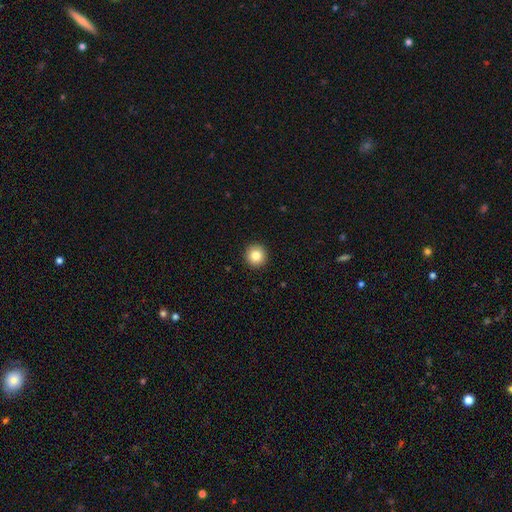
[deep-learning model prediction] smooth-or-featured: smooth: 84% | star or artifact: 10% | featured or disk: 6%
  how-rounded: round: 96% | in between: 3% | cigar-shaped: 1%
  merging: none: 94% | minor disturbance: 4% | major disturbance: 1% | merger: 1%